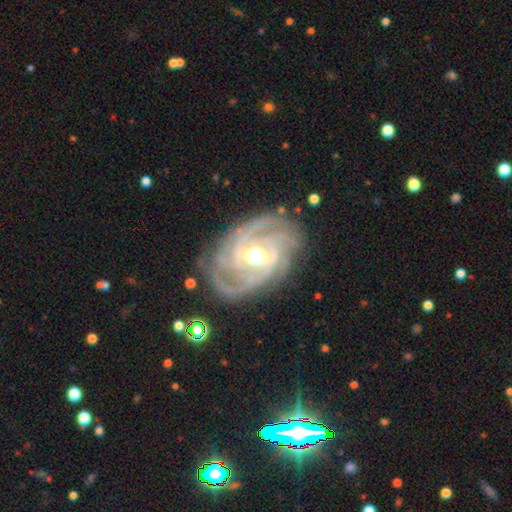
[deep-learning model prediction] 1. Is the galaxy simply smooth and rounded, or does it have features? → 92% featured or disk, 4% star or artifact, 4% smooth.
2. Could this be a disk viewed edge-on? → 97% no, 3% yes.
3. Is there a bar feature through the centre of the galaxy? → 45% weak, 31% strong, 24% no.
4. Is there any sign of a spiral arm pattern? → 98% yes, 2% no.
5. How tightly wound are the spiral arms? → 63% tight, 31% medium, 6% loose.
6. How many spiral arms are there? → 32% 3, 22% 2, 16% can't tell, 16% 4, 7% more than 4, 6% 1.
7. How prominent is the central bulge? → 71% moderate, 19% small, 8% large, 1% dominant, 1% none.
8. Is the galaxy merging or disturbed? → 77% none, 16% minor disturbance, 6% major disturbance, 2% merger.